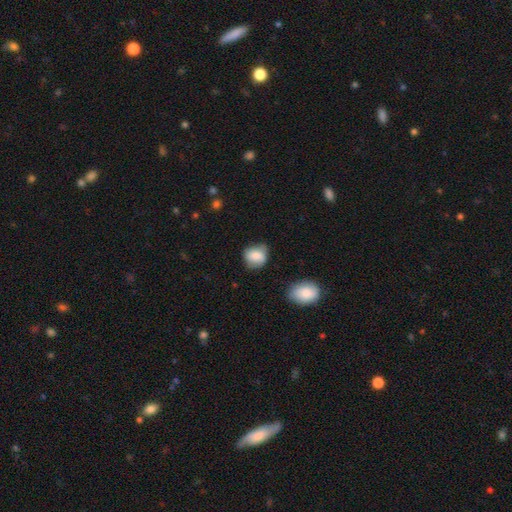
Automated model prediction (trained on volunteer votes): smooth 77%, featured or disk 15%, star or artifact 8%. Down the decision tree: how rounded — round (67%); merging — none (63%).